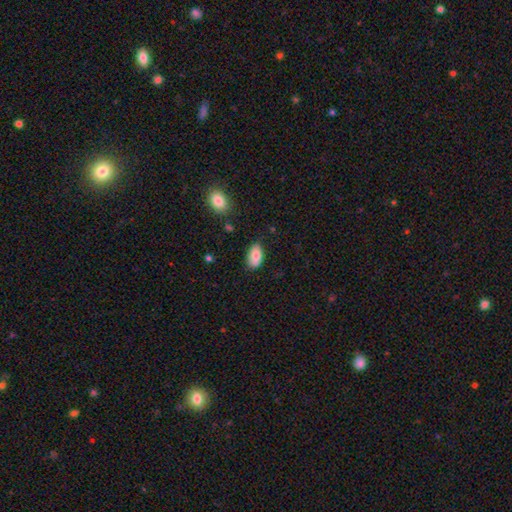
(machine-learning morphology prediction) Q: Smooth or featured?
A: smooth (83%); runner-up: featured or disk (9%)
Q: How rounded?
A: in between (93%); runner-up: round (4%)
Q: Merging?
A: none (78%); runner-up: minor disturbance (17%)